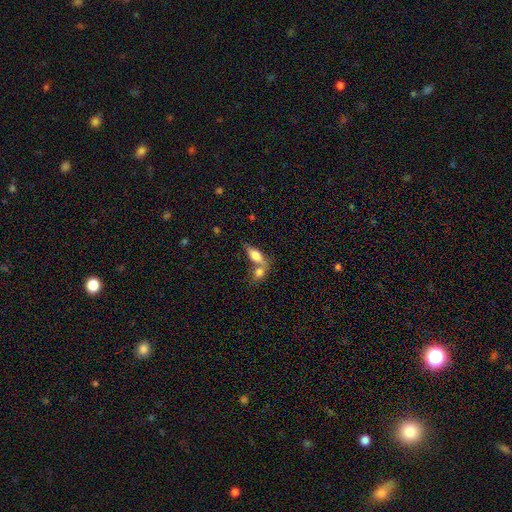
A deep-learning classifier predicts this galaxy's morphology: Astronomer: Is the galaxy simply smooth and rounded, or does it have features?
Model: smooth — 76%.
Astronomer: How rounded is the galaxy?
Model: in between — 84%.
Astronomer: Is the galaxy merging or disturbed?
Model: merger — 55% (runner-up: none, 32%).